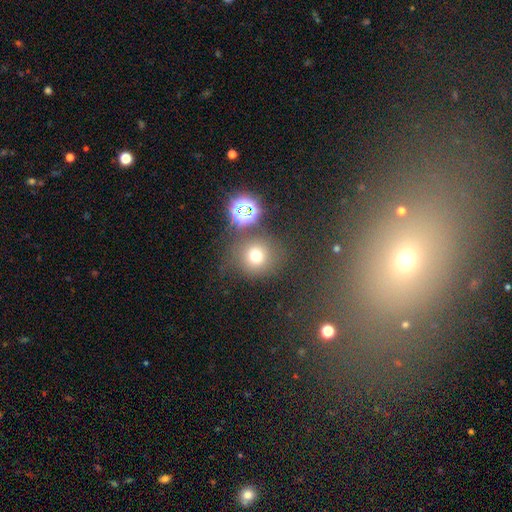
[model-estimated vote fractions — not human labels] smooth 67%, star or artifact 23%, featured or disk 10%. Down the decision tree: how rounded — round (91%); merging — none (74%).